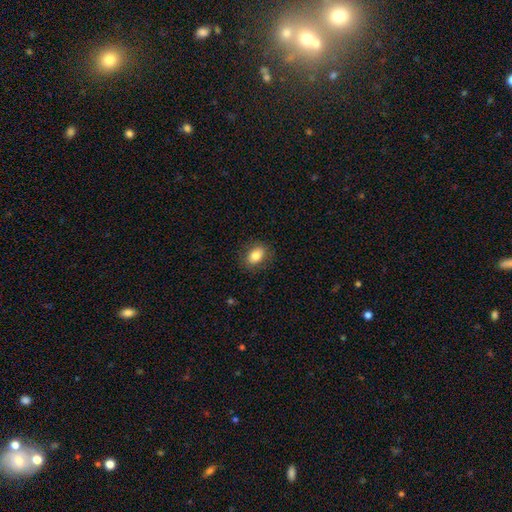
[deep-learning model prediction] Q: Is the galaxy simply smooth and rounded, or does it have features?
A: smooth — 81%.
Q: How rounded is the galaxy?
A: in between — 78%.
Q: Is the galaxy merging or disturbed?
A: none — 85%.